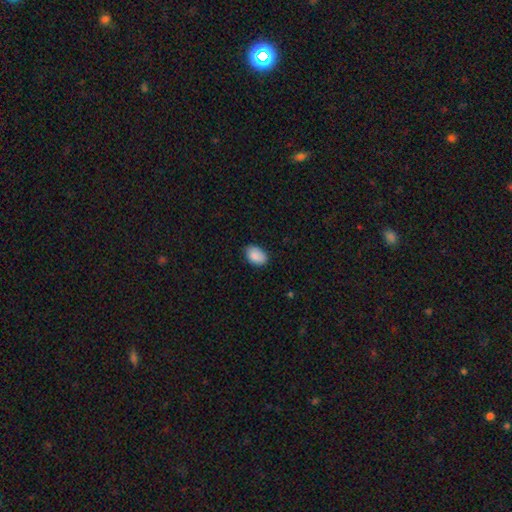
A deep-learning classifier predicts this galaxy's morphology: This appears to be a smooth galaxy with no disk features (89%) that is in between round and cigar-shaped (88%). Merging: none (83%).